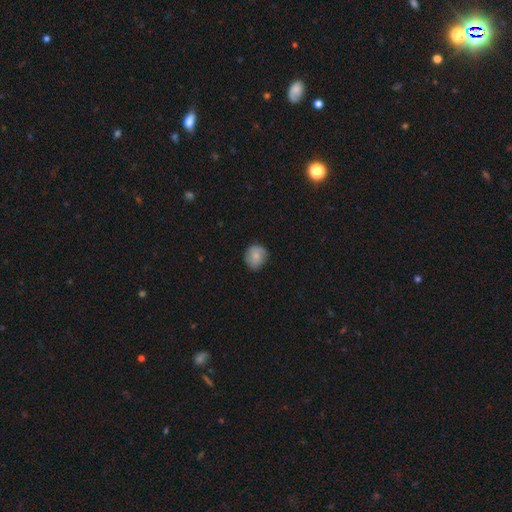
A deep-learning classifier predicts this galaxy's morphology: Smooth or featured?
  - smooth: 71% *
  - featured or disk: 21%
  - star or artifact: 8%
How rounded?
  - round: 83% *
  - in between: 16%
  - cigar-shaped: 1%
Merging?
  - none: 78% *
  - minor disturbance: 18%
  - major disturbance: 4%
  - merger: 1%